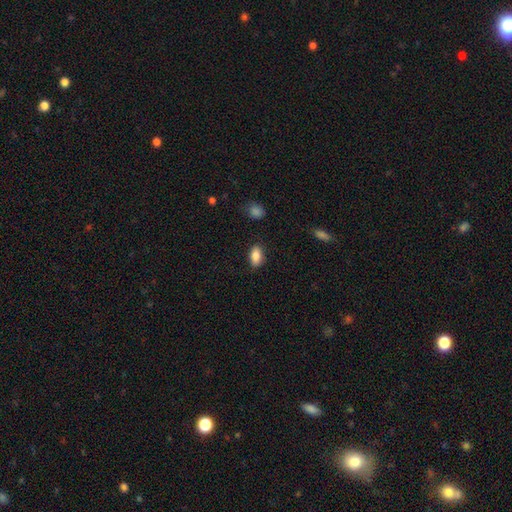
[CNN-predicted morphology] The model was most divided on "merging": none: 85%, minor disturbance: 11%, major disturbance: 3%, merger: 1%. More confident: how rounded — in between (91%); smooth or featured — smooth (86%).